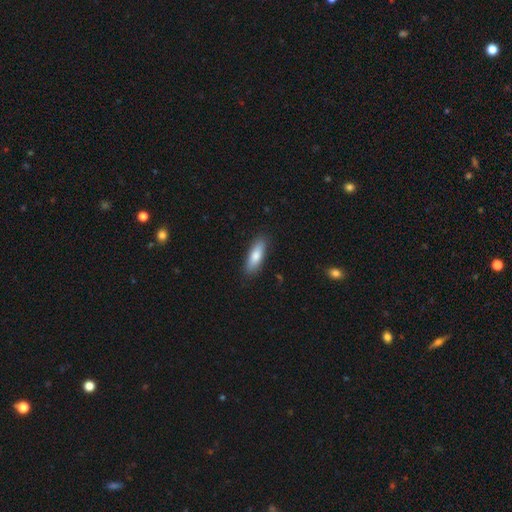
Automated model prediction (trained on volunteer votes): Smooth or featured? Predicted: smooth (p=0.79). How rounded? Predicted: in between (p=0.49, tied with cigar-shaped). Merging? Predicted: none (p=0.87).